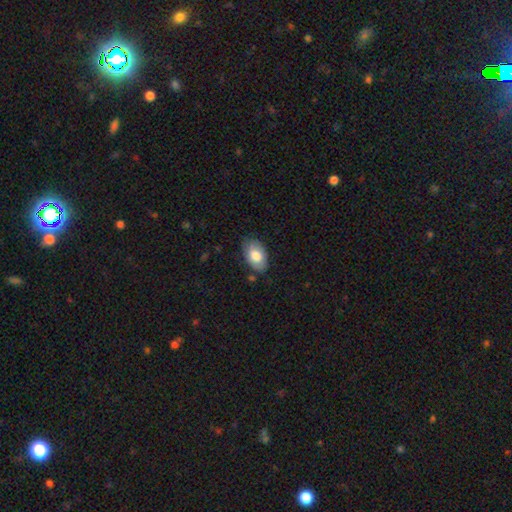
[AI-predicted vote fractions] This appears to be a smooth galaxy with no disk features (76%) that is in between round and cigar-shaped (92%). Merging: none (75%).